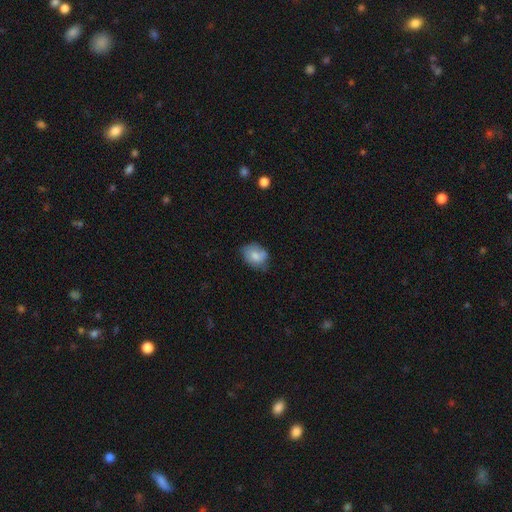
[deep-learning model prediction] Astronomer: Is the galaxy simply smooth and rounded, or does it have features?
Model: smooth — 73%.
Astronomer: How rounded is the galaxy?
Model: in between — 63%.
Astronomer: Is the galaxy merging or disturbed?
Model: none — 54% (runner-up: minor disturbance, 33%).